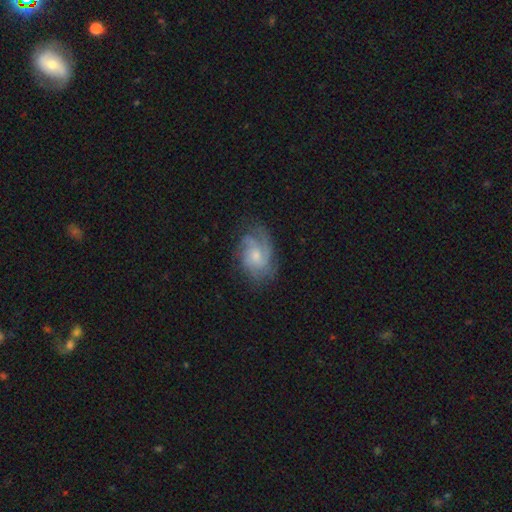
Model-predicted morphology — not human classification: smooth-or-featured: featured or disk: 78% | smooth: 15% | star or artifact: 7%
  disk-edge-on: no: 97% | yes: 3%
    bar: no: 67% | weak: 30% | strong: 4%
    has-spiral-arms: yes: 95% | no: 5%
      spiral-winding: tight: 43% | medium: 42% | loose: 15%
      spiral-arm-count: 3: 31% | 2: 25% | can't tell: 25% | 4: 8% | 1: 6% | more than 4: 5%
    bulge-size: small: 49% | moderate: 43% | none: 4% | large: 3% | dominant: 1%
  merging: none: 69% | minor disturbance: 20% | major disturbance: 9% | merger: 1%